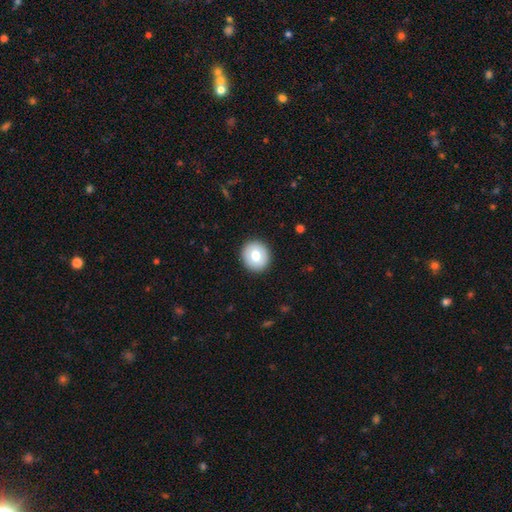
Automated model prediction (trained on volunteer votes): Smooth or featured? smooth (73%)
How rounded? round (90%)
Merging? none (92%)